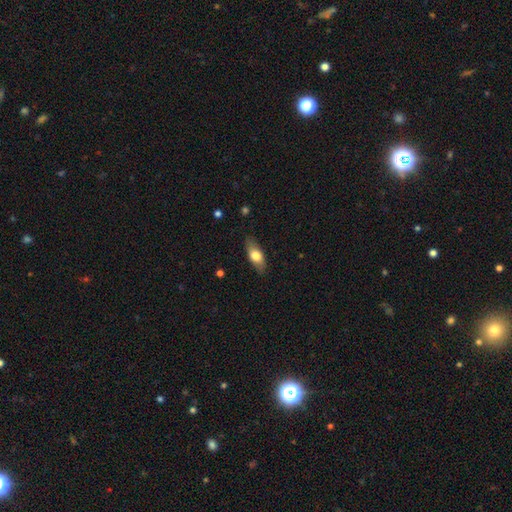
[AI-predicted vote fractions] This appears to be a smooth galaxy with no disk features (69%) that is in between round and cigar-shaped (80%). Merging: none (83%).